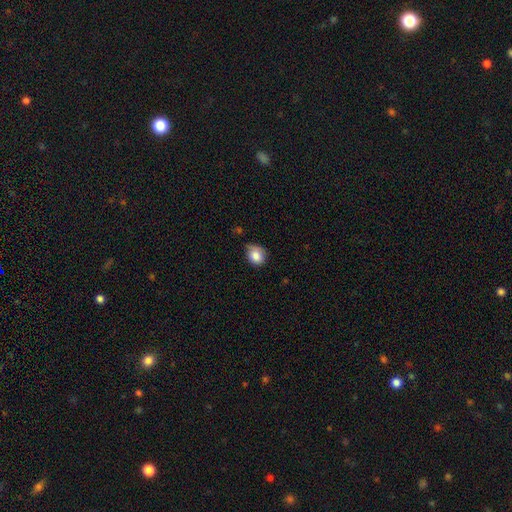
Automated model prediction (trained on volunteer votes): This is clearly a smooth galaxy (84%). How rounded: likely round (72%). Merging: possibly none (53%).